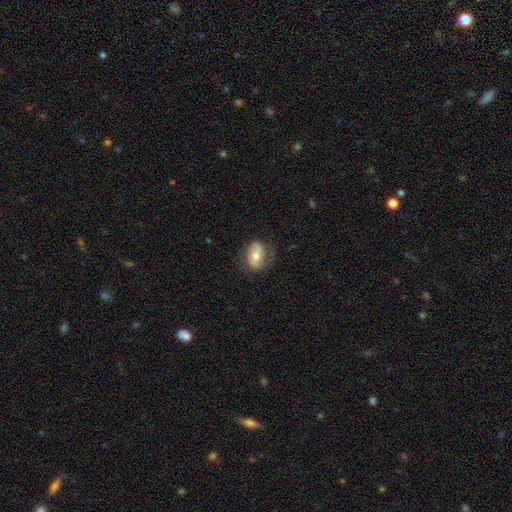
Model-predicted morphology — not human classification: featured or disk 51%, smooth 42%, star or artifact 7%. Down the decision tree: edge-on disk — no (95%); merging — none (68%).